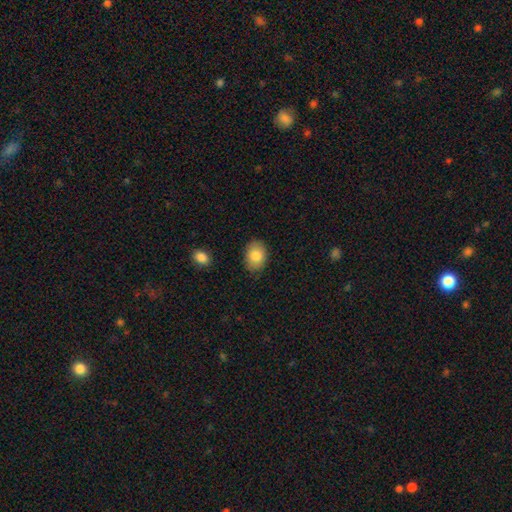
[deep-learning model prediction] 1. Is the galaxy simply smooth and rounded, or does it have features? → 85% smooth, 8% featured or disk, 7% star or artifact.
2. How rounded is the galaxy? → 75% in between, 24% round, 1% cigar-shaped.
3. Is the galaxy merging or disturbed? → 83% none, 13% minor disturbance, 3% major disturbance, 1% merger.